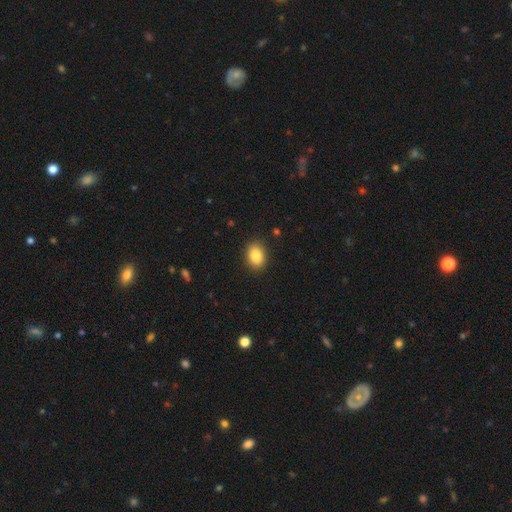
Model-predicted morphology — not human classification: A smooth galaxy with no disk features (86%) that is in between round and cigar-shaped (73%). Merging: none (88%).